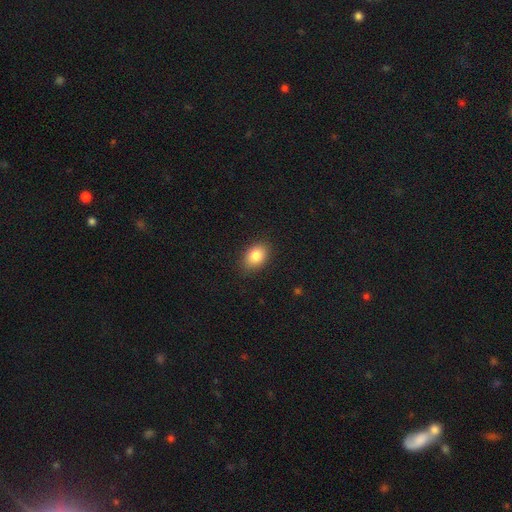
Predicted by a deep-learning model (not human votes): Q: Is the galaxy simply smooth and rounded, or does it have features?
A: smooth — 83%.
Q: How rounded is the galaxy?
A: in between — 80%.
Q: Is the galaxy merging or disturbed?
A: none — 88%.